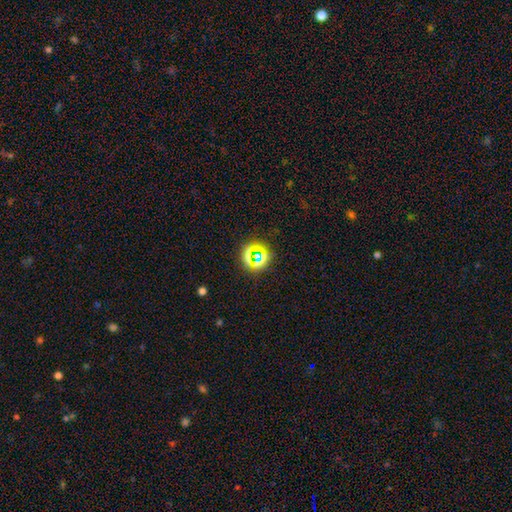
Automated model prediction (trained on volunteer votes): Morphology: type=star or artifact (67%).